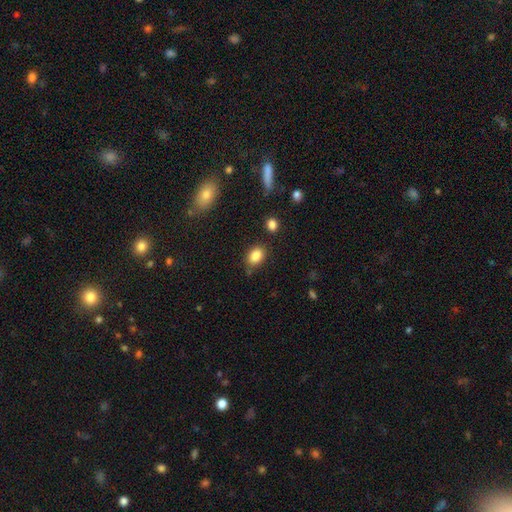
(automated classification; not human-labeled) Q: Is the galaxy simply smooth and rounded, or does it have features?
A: smooth — 86%.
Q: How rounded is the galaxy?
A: in between — 77%.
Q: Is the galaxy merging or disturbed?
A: none — 79%.